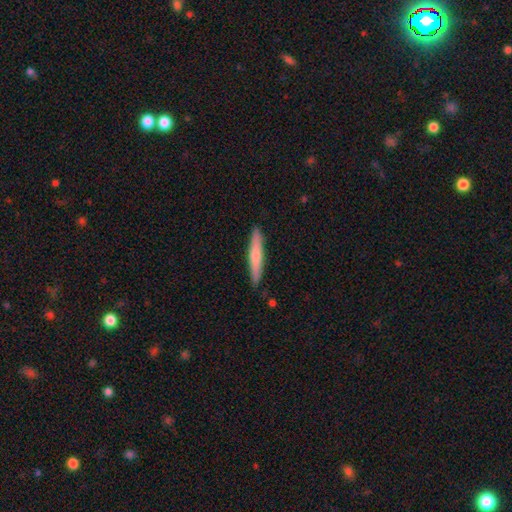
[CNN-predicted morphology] The model was most divided on "smooth or featured": smooth: 67%, featured or disk: 28%, star or artifact: 5%. More confident: how rounded — cigar-shaped (93%); merging — none (89%).